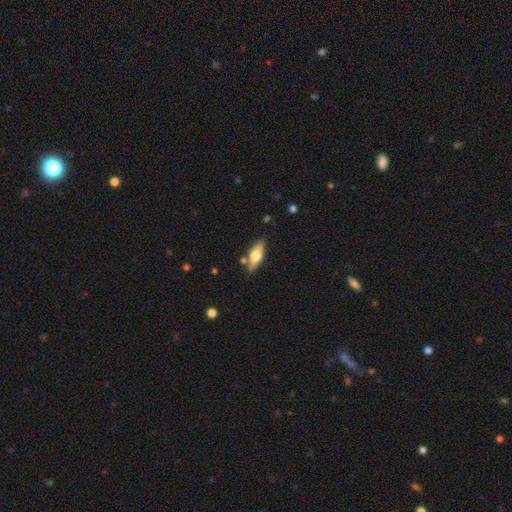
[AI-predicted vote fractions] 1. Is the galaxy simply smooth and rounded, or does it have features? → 49% featured or disk, 45% smooth, 6% star or artifact.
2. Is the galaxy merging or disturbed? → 82% none, 11% minor disturbance, 5% merger, 2% major disturbance.